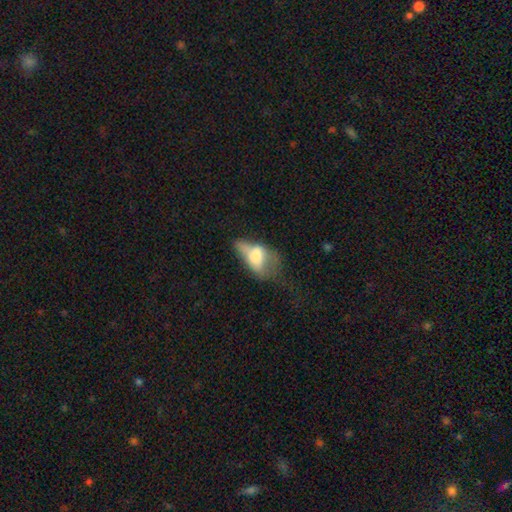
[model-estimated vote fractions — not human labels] smooth 60%, featured or disk 31%, star or artifact 9%. Down the decision tree: how rounded — in between (85%); merging — major disturbance (49%).